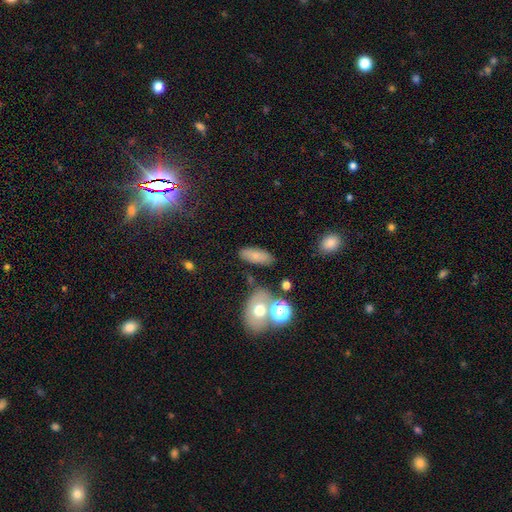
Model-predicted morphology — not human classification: smooth 75%, featured or disk 15%, star or artifact 10%. Down the decision tree: how rounded — in between (78%); merging — none (79%).